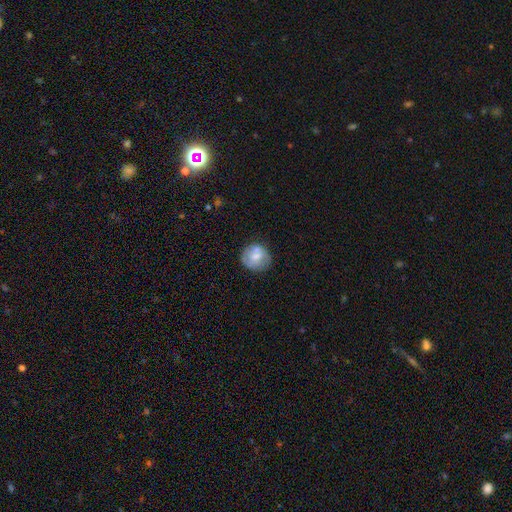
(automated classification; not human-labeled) This is possibly a smooth galaxy (59%). How rounded: clearly round (84%). Merging: likely none (61%).